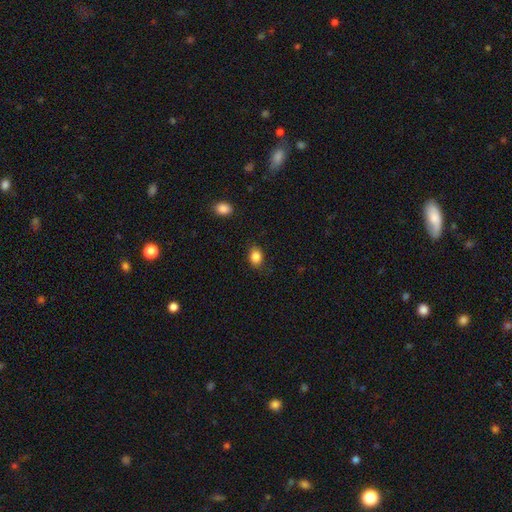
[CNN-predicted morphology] This appears to be a smooth galaxy with no disk features (85%) that is in between round and cigar-shaped (62%). Merging: none (83%).